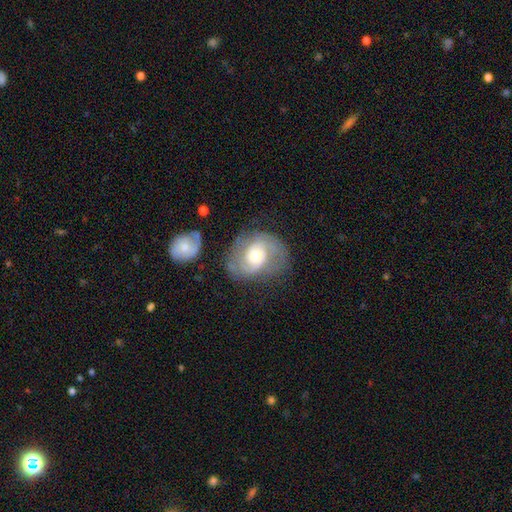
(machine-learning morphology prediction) The model was most divided on "spiral winding" (2-way tie): medium: 43%, tight: 43%, loose: 14%. More confident: edge-on disk — no (97%); spiral arms — yes (92%); smooth or featured — featured or disk (78%); spiral arm count — 2 (77%); bar — no (65%); merging — none (65%); bulge size — moderate (65%).